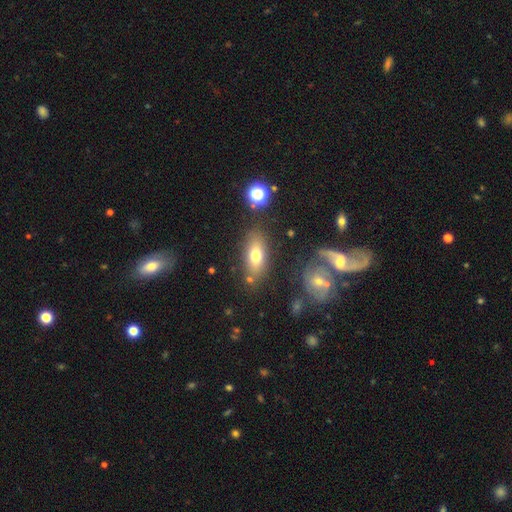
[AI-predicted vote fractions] Morphology: type=smooth (70%); roundness=in between (81%); merging=none (76%).